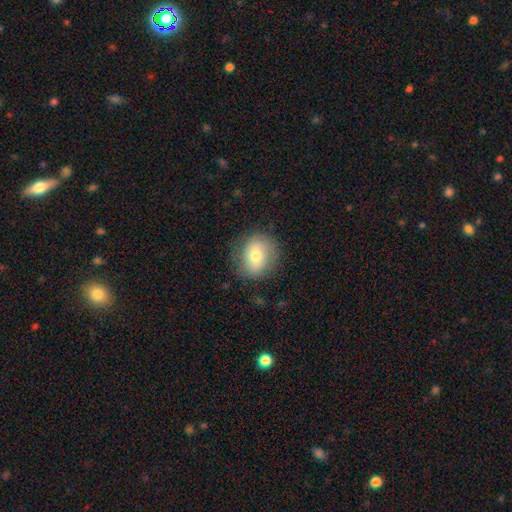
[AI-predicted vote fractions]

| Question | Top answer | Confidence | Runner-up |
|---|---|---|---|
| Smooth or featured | smooth | 64% | featured or disk (28%) |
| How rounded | round | 66% | in between (33%) |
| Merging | none | 80% | minor disturbance (14%) |